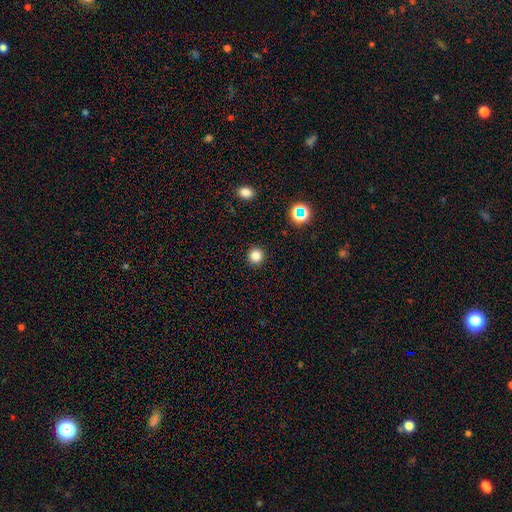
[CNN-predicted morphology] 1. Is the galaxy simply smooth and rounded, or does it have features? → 81% smooth, 15% star or artifact, 4% featured or disk.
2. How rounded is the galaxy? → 94% round, 5% in between, 1% cigar-shaped.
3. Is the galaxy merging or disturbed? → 92% none, 5% minor disturbance, 2% major disturbance, 1% merger.